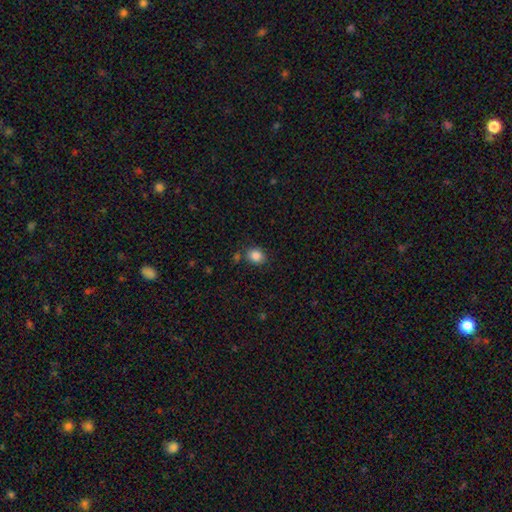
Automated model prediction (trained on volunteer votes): Overall: smooth (85%). How rounded: round (55%; in between 44%). Merging: none (78%).